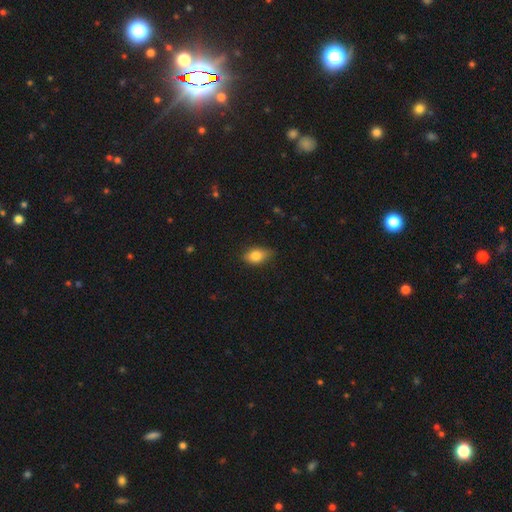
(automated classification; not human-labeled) Smooth or featured: smooth — 82% (featured or disk — 10%)
How rounded: in between — 84% (round — 13%)
Merging: none — 74% (minor disturbance — 21%)